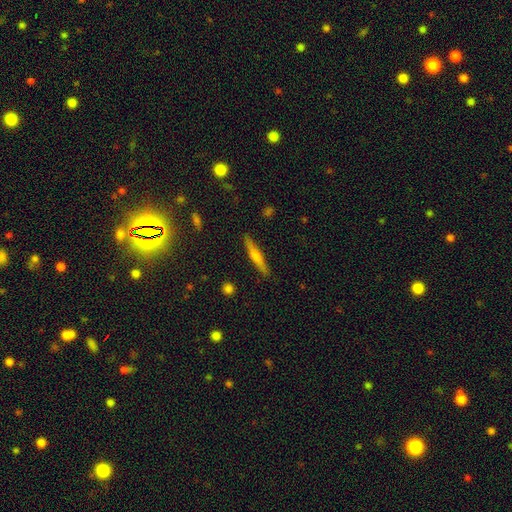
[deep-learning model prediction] A smooth galaxy with no disk features (47%).

Vote fractions:
- Smooth or featured? smooth: 47% / featured or disk: 46% / star or artifact: 7%
- Merging? none: 90% / minor disturbance: 7% / major disturbance: 2% / merger: 1%